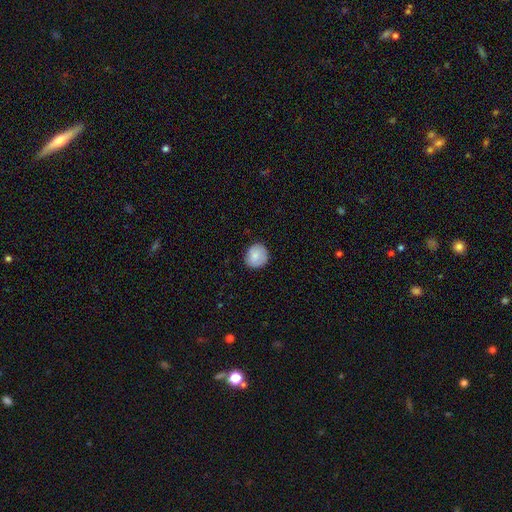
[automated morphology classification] Smooth or featured? Predicted: smooth (p=0.84). How rounded? Predicted: round (p=0.85). Merging? Predicted: none (p=0.85).